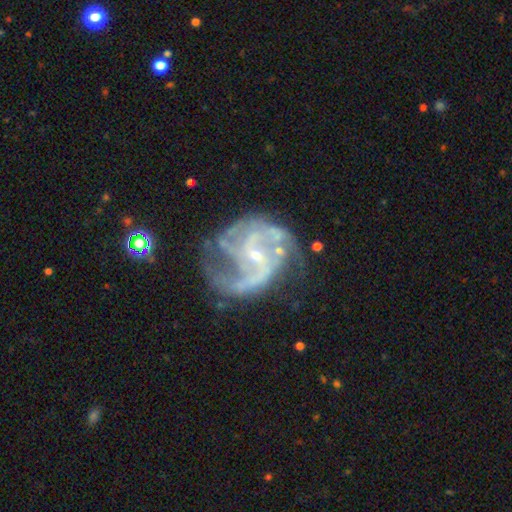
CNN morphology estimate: featured or disk 89%, star or artifact 7%, smooth 4%. Down the decision tree: edge-on disk — no (98%); bar — weak (41%); spiral arms — yes (95%); spiral arm count — 2 (55%); spiral winding — medium (50%); bulge size — small (80%); merging — none (50%).